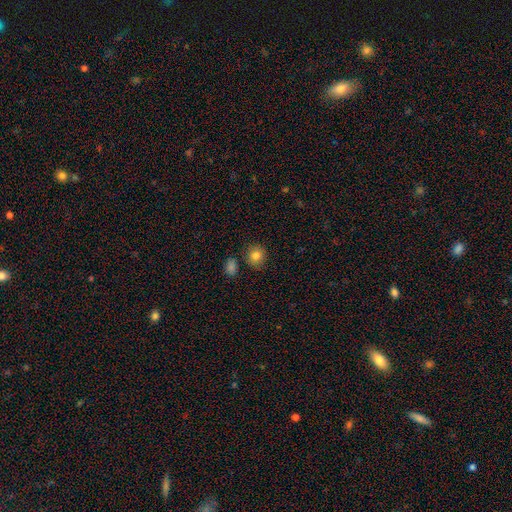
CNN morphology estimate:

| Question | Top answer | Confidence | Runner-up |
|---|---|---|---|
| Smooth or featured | smooth | 83% | star or artifact (10%) |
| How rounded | round | 81% | in between (18%) |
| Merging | none | 83% | minor disturbance (10%) |